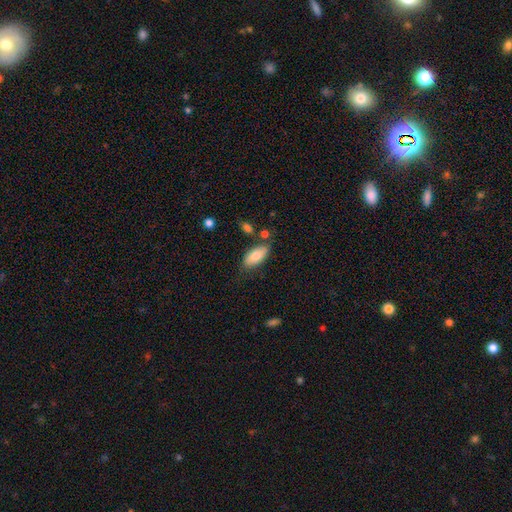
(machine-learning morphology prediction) Smooth or featured?
  - smooth: 77% *
  - featured or disk: 16%
  - star or artifact: 6%
How rounded?
  - in between: 90% *
  - cigar-shaped: 7%
  - round: 2%
Merging?
  - none: 75% *
  - minor disturbance: 16%
  - merger: 5%
  - major disturbance: 3%